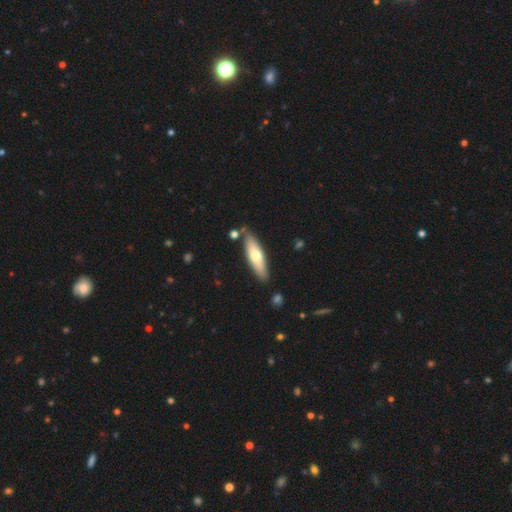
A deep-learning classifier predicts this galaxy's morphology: The model was most divided on "smooth or featured": smooth: 60%, featured or disk: 35%, star or artifact: 5%. More confident: merging — none (84%); how rounded — cigar-shaped (64%).